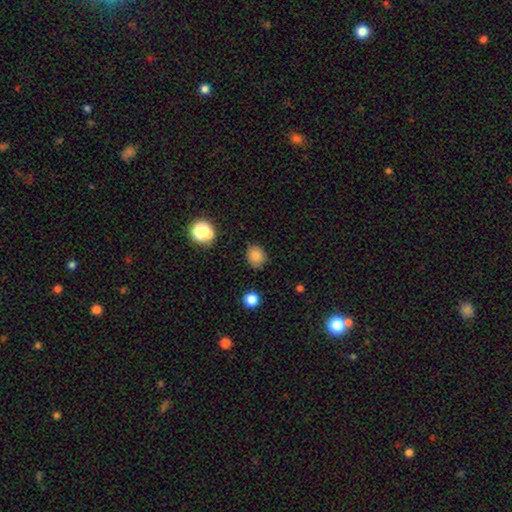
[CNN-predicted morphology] smooth-or-featured: smooth: 82% | star or artifact: 13% | featured or disk: 5%
  how-rounded: round: 61% | in between: 38% | cigar-shaped: 1%
  merging: none: 82% | minor disturbance: 13% | major disturbance: 3% | merger: 2%